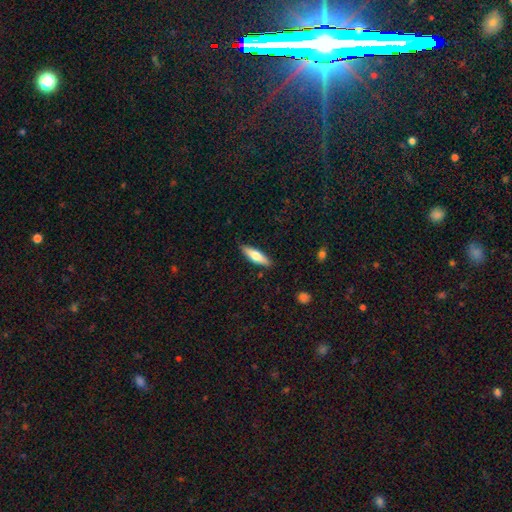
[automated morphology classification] Q: Smooth or featured?
A: smooth (62%); runner-up: featured or disk (33%)
Q: How rounded?
A: cigar-shaped (60%); runner-up: in between (38%)
Q: Merging?
A: none (88%); runner-up: minor disturbance (9%)